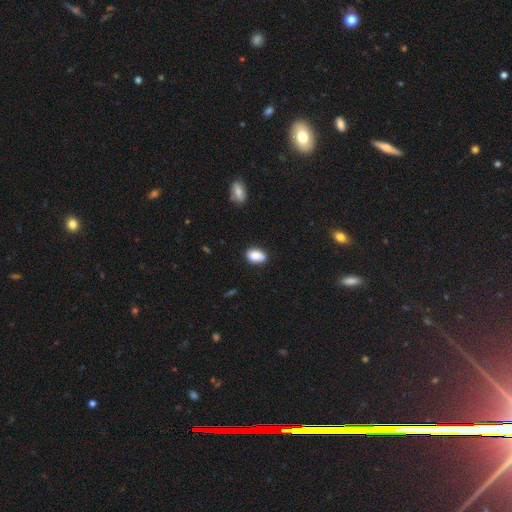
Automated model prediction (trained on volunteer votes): Q: Smooth or featured?
A: smooth (85%); runner-up: star or artifact (8%)
Q: How rounded?
A: in between (87%); runner-up: round (11%)
Q: Merging?
A: none (76%); runner-up: minor disturbance (18%)